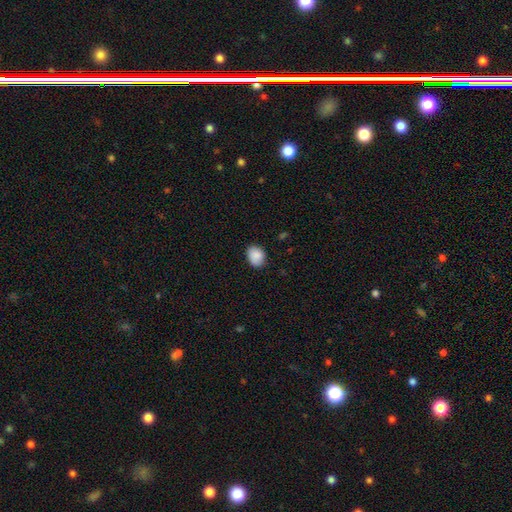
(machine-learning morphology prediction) This appears to be a smooth galaxy with no disk features (88%) that is in between round and cigar-shaped (54%). Merging: none (80%).